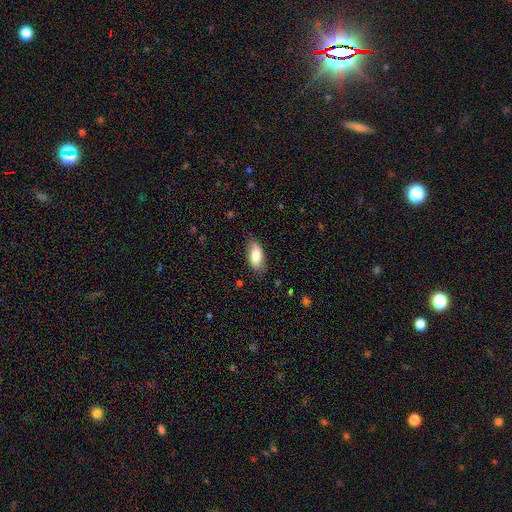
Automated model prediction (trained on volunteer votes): Q: Smooth or featured?
A: smooth (79%); runner-up: featured or disk (14%)
Q: How rounded?
A: in between (89%); runner-up: cigar-shaped (8%)
Q: Merging?
A: none (78%); runner-up: minor disturbance (17%)